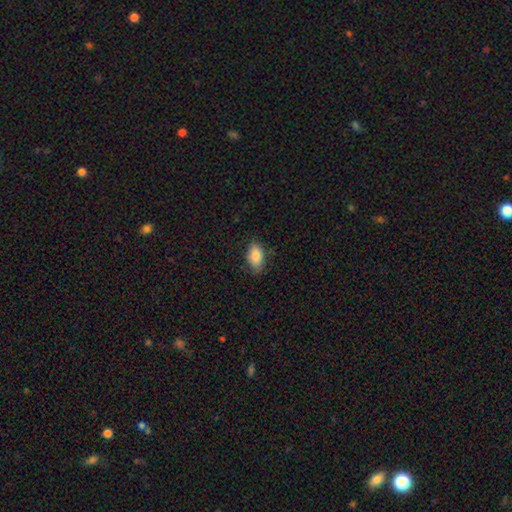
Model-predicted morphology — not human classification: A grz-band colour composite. It shows a smooth galaxy with no disk features (85%) that is in between round and cigar-shaped (92%). Merging: none (80%).